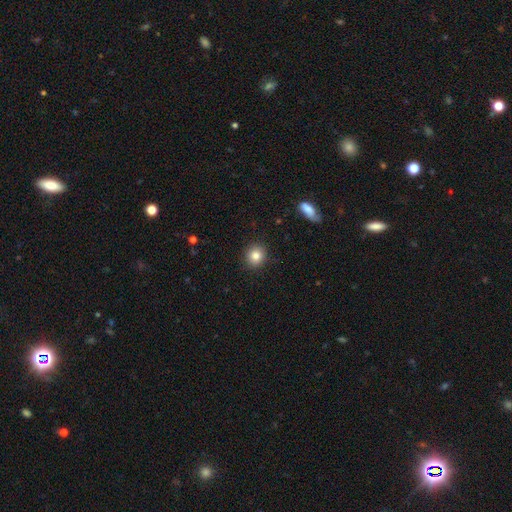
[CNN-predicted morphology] smooth-or-featured: smooth: 84% | star or artifact: 10% | featured or disk: 6%
  how-rounded: round: 86% | in between: 13% | cigar-shaped: 1%
  merging: none: 90% | minor disturbance: 7% | major disturbance: 2% | merger: 1%